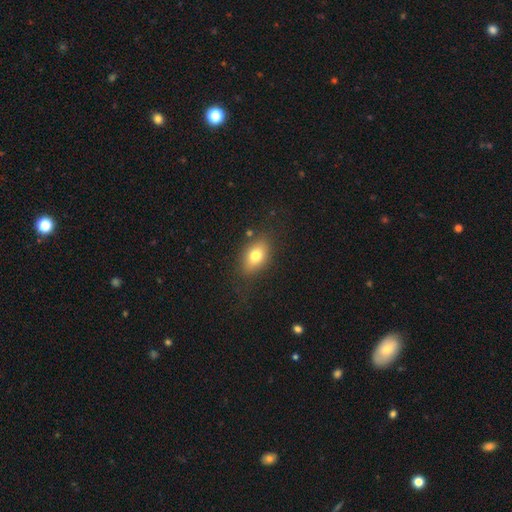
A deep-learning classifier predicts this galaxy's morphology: Smooth or featured? smooth (75%)
How rounded? in between (78%)
Merging? none (78%)